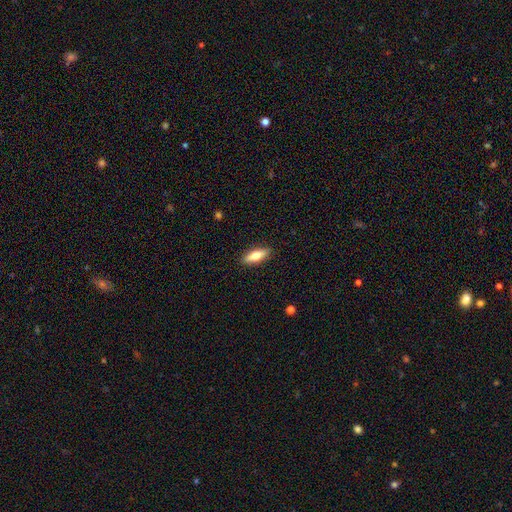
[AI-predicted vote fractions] A smooth galaxy with no disk features (67%) that is in between round and cigar-shaped (60%). Merging: none (89%).